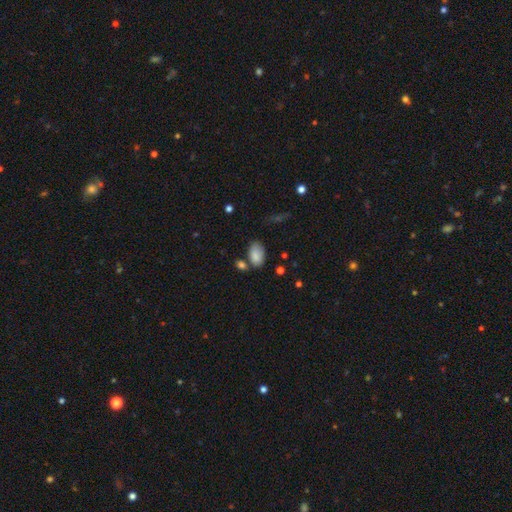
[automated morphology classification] Smooth or featured? smooth (85%)
How rounded? in between (93%)
Merging? none (62%)